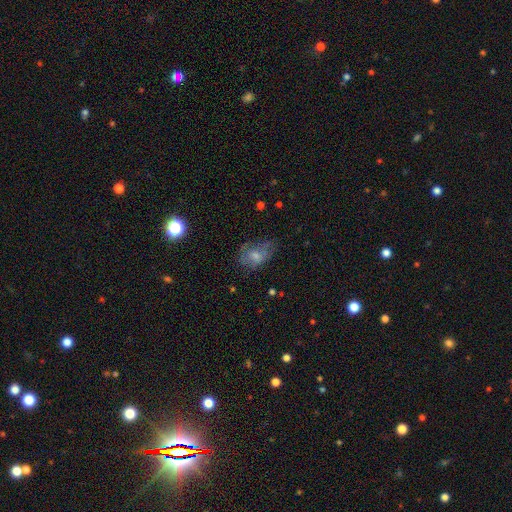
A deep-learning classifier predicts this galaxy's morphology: Overall: smooth (46%; featured or disk 36%). Merging: none (56%; minor disturbance 26%).